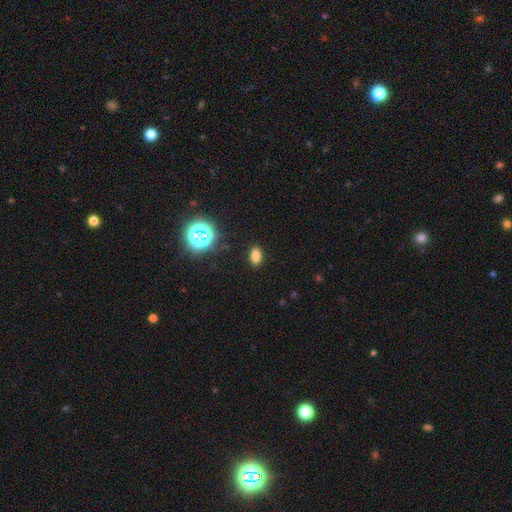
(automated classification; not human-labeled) This is likely a smooth galaxy (76%). How rounded: clearly in between (86%). Merging: clearly none (88%).